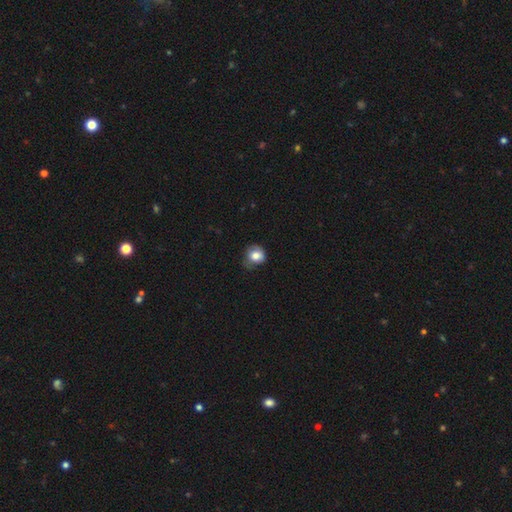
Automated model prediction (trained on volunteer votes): This is likely a smooth galaxy (77%). How rounded: likely round (76%). Merging: possibly none (52%).